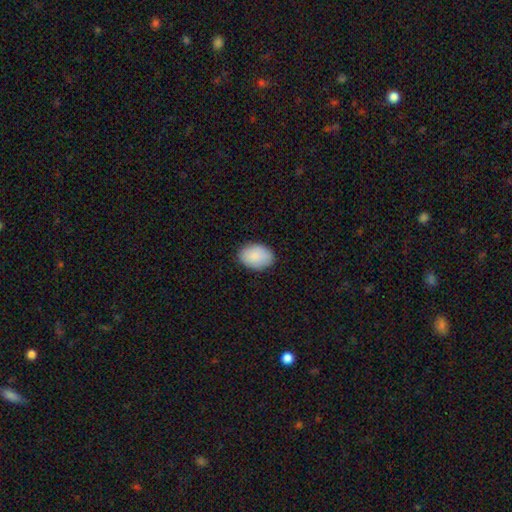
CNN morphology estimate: type=smooth (88%); roundness=in between (83%); merging=none (86%).